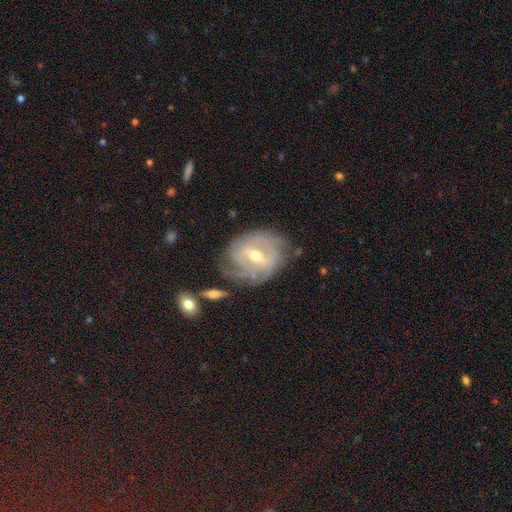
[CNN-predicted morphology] Smooth or featured? featured or disk (84%)
Edge-on disk? no (96%)
Bar? weak (48%)
Spiral arms? yes (90%)
Spiral winding? tight (58%)
Spiral arm count? 2 (36%)
Bulge size? moderate (64%)
Merging? none (65%)